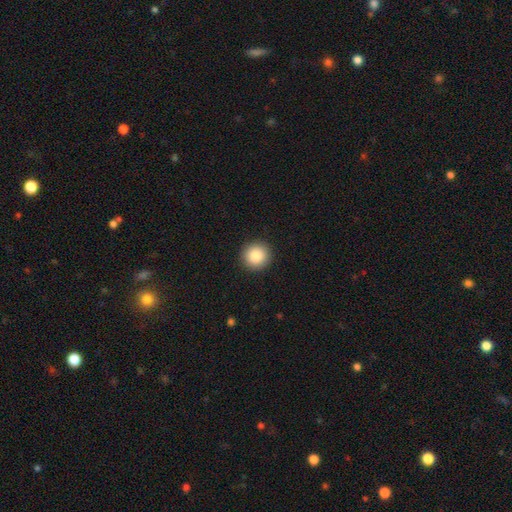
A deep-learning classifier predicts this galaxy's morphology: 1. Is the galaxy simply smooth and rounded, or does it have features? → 87% smooth, 8% star or artifact, 5% featured or disk.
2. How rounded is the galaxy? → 94% round, 5% in between, 1% cigar-shaped.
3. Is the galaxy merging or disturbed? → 93% none, 5% minor disturbance, 2% major disturbance, 1% merger.